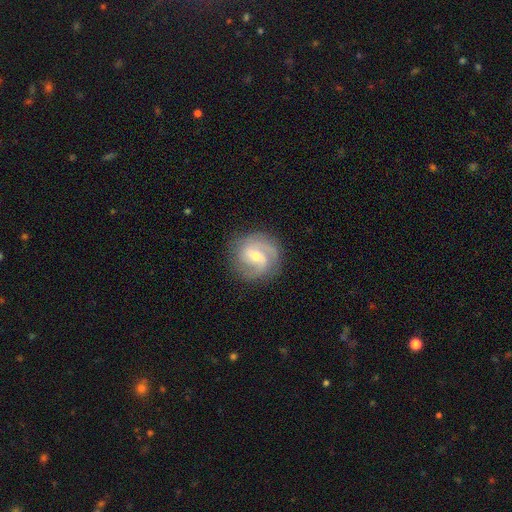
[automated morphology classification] The model was most divided on "bulge size": moderate: 50%, small: 45%, large: 2%, none: 1%, dominant: 1%. Remaining: edge-on disk — no (98%); spiral arms — yes (96%); smooth or featured — featured or disk (82%); merging — none (81%); bar — weak (55%); spiral winding — medium (49%); spiral arm count — 2 (49%).